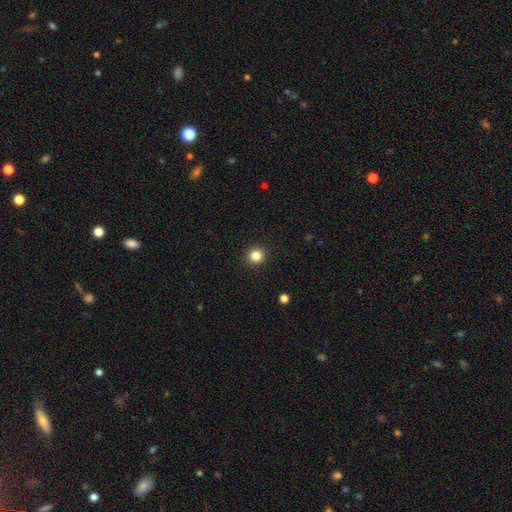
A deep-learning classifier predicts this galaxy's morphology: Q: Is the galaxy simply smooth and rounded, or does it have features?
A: smooth — 85%.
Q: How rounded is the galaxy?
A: round — 89%.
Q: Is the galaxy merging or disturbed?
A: none — 92%.